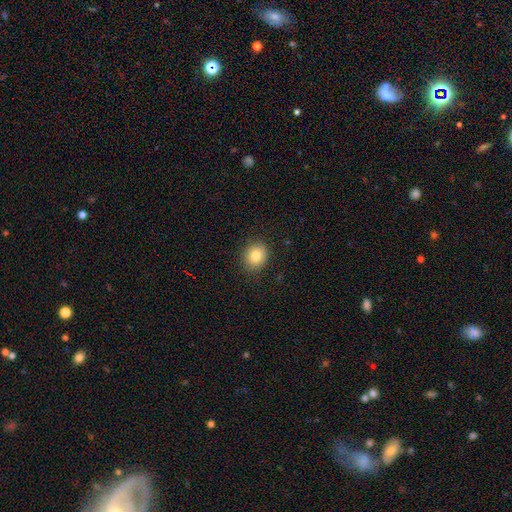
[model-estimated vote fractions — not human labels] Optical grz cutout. It shows a smooth galaxy with no disk features (82%) that is round (74%). Merging: none (88%).